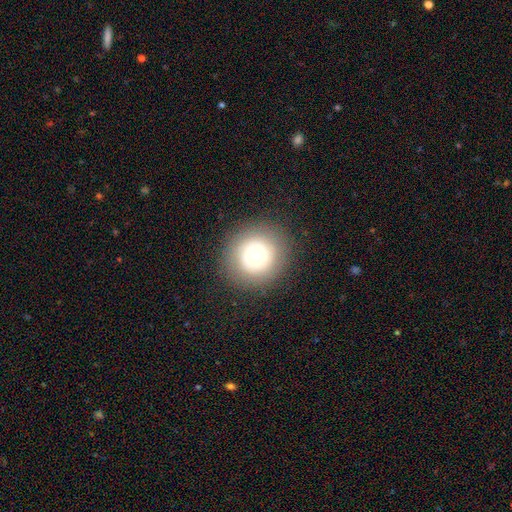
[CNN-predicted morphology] This appears to be a smooth galaxy with no disk features (69%) that is round (94%). Merging: none (87%).